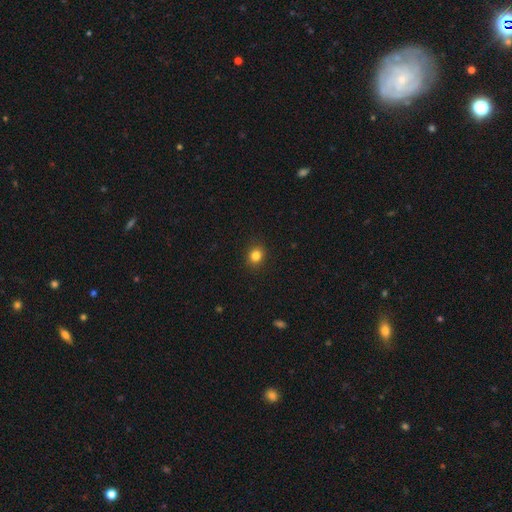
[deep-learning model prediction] smooth 83%, star or artifact 12%, featured or disk 5%. Down the decision tree: how rounded — round (76%); merging — none (91%).